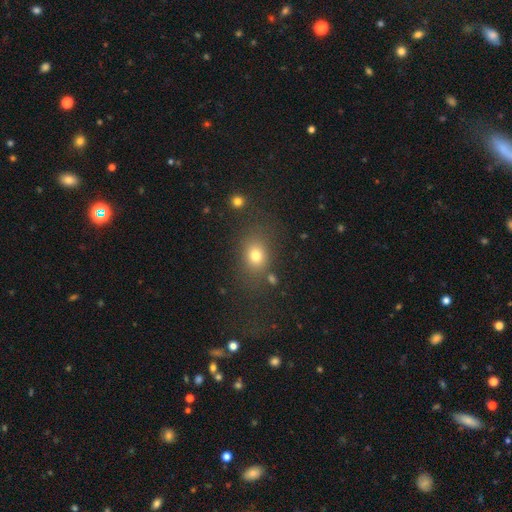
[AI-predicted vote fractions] Smooth or featured? Predicted: smooth (p=0.76). How rounded? Predicted: in between (p=0.50). Merging? Predicted: none (p=0.71).